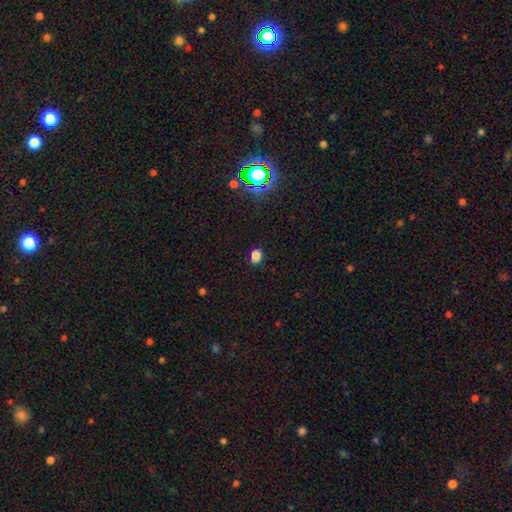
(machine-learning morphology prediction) smooth 79%, star or artifact 17%, featured or disk 4%. Down the decision tree: how rounded — in between (52%); merging — none (86%).